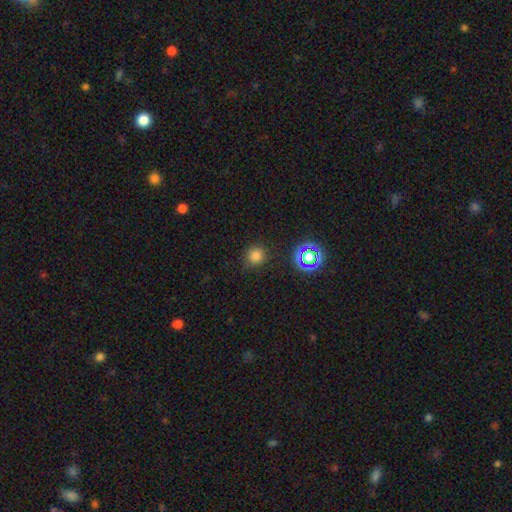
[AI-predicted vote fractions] This appears to be a smooth galaxy with no disk features (75%) that is round (89%). Merging: none (84%).